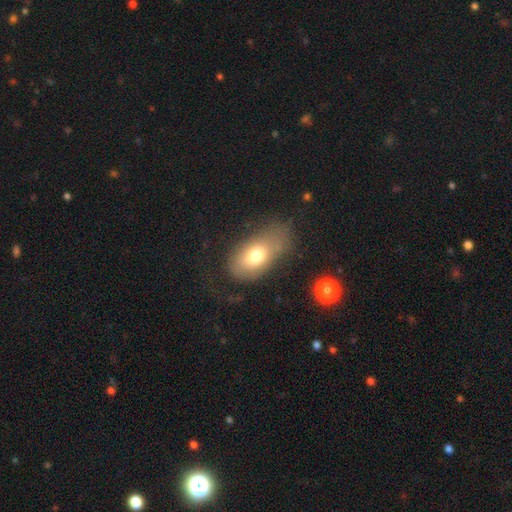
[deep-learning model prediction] Morphology: type=smooth (70%); roundness=in between (89%); merging=none (50%).